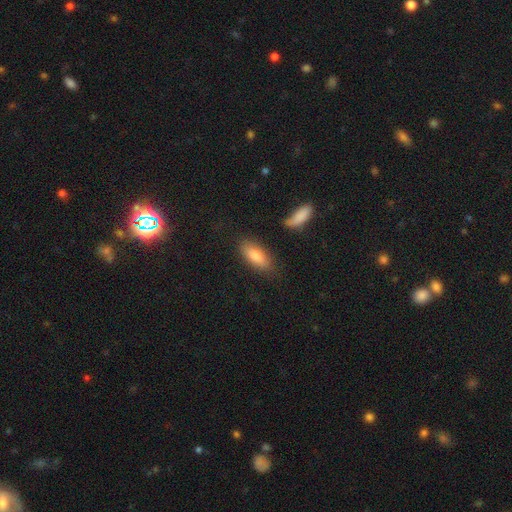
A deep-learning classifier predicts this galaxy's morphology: Q: Smooth or featured?
A: smooth (80%); runner-up: featured or disk (14%)
Q: How rounded?
A: in between (79%); runner-up: cigar-shaped (18%)
Q: Merging?
A: none (78%); runner-up: minor disturbance (14%)